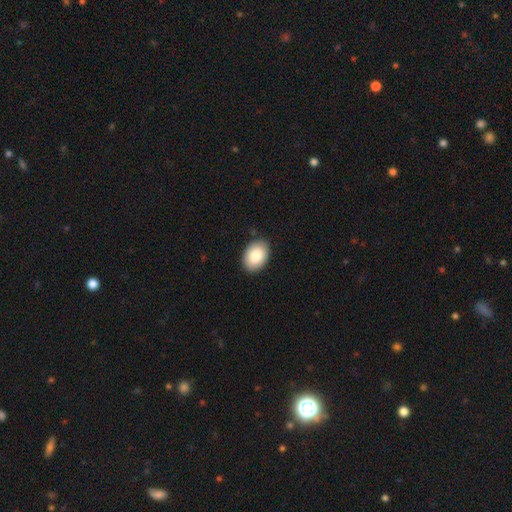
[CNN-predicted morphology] smooth 87%, featured or disk 7%, star or artifact 6%. Down the decision tree: how rounded — in between (82%); merging — none (88%).